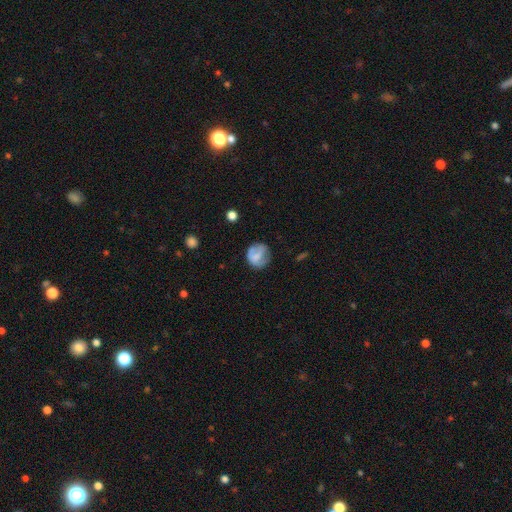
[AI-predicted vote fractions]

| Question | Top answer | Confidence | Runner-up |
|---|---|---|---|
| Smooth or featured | smooth | 67% | featured or disk (24%) |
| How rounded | round | 80% | in between (19%) |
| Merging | none | 57% | minor disturbance (26%) |